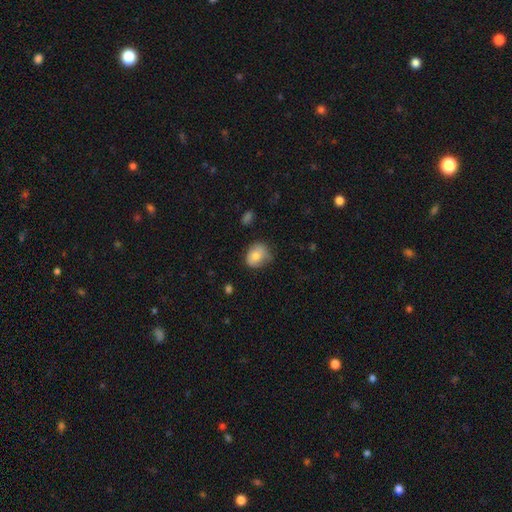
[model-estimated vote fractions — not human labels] The model was most divided on "how rounded": round: 53%, in between: 46%, cigar-shaped: 1%. More confident: smooth or featured — smooth (76%); merging — none (56%).